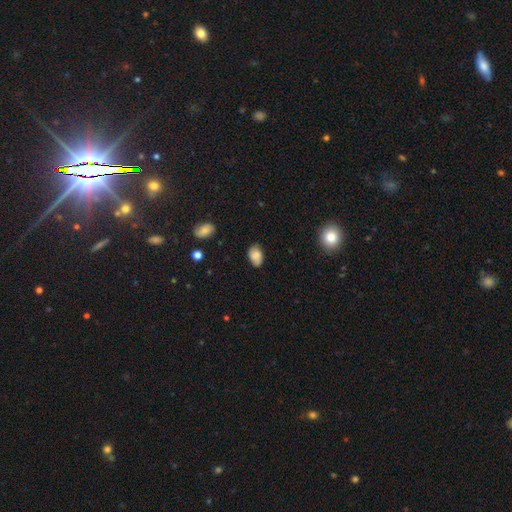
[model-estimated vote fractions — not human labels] Smooth or featured: smooth — 76% (featured or disk — 15%)
How rounded: in between — 87% (round — 11%)
Merging: none — 75% (minor disturbance — 20%)